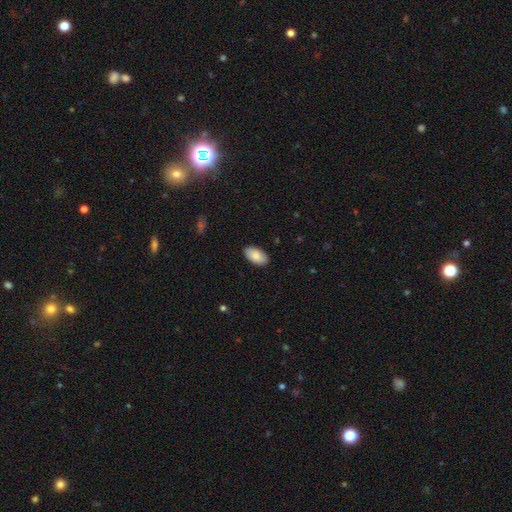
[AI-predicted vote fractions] This is clearly a smooth galaxy (86%). How rounded: clearly in between (96%). Merging: clearly none (88%).